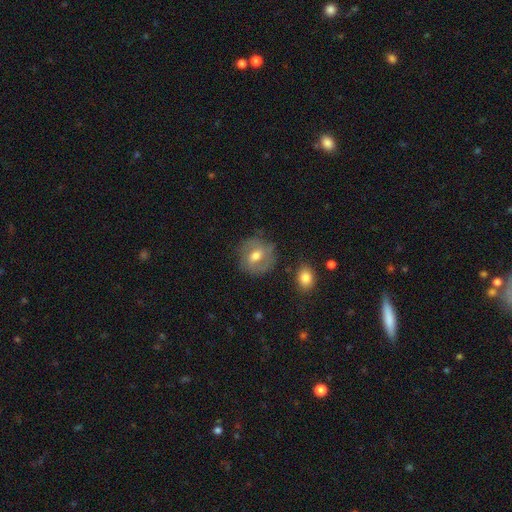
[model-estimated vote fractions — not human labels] This appears to be a featured or disk galaxy (56%) with a weak bar (50%), spiral arms (72%) and a moderate central bulge (75%). Merging: none (74%).